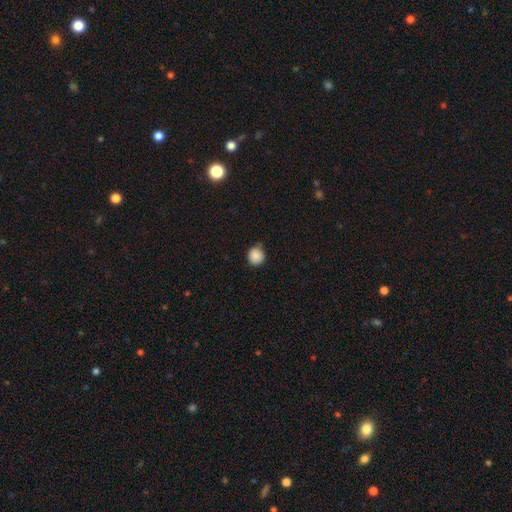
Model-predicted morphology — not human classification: smooth_or_featured: smooth (p=0.88) [alt: star or artifact p=0.09]
how_rounded: round (p=0.93) [alt: in between p=0.06]
merging: none (p=0.81) [alt: minor disturbance p=0.14]